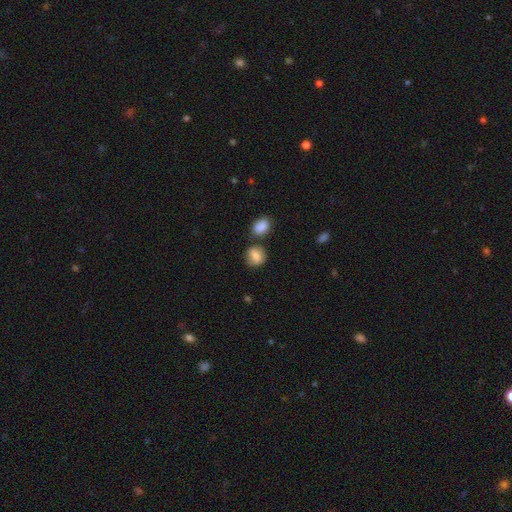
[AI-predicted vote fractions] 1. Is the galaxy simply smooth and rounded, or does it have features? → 83% smooth, 9% featured or disk, 8% star or artifact.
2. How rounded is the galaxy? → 58% round, 40% in between, 1% cigar-shaped.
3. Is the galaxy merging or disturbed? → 64% none, 17% merger, 15% minor disturbance, 4% major disturbance.